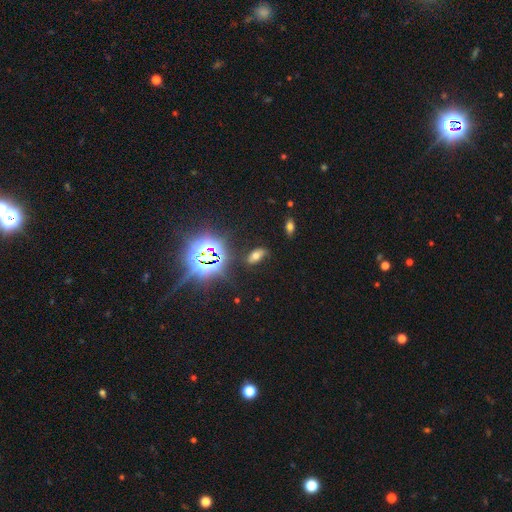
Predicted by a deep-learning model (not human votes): Morphology: type=smooth (44%); merging=none (82%).